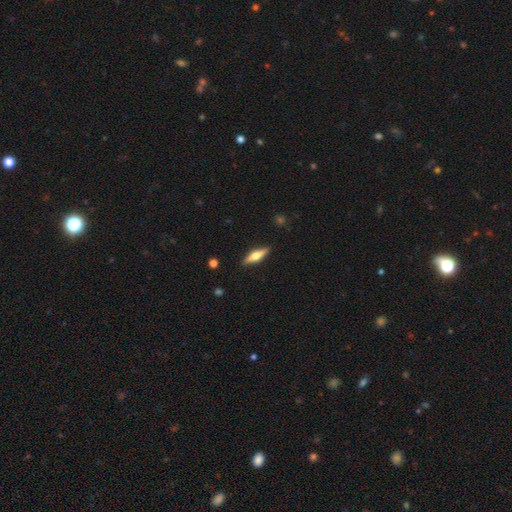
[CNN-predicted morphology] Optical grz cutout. It shows a featured or disk galaxy (53%) viewed edge-on (94%). Merging: none (89%).